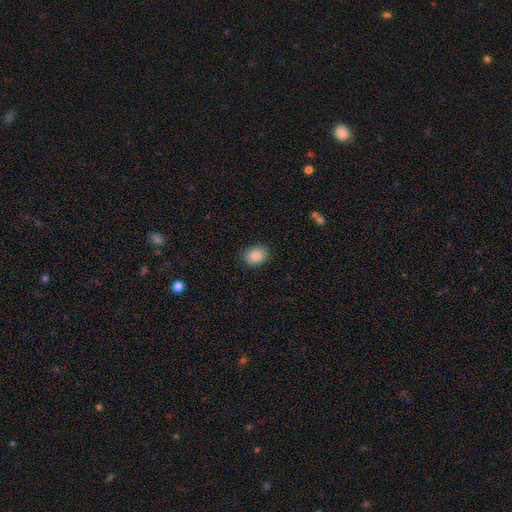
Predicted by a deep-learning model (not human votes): Overall: smooth (88%). How rounded: in between (63%; round 36%). Merging: none (88%).